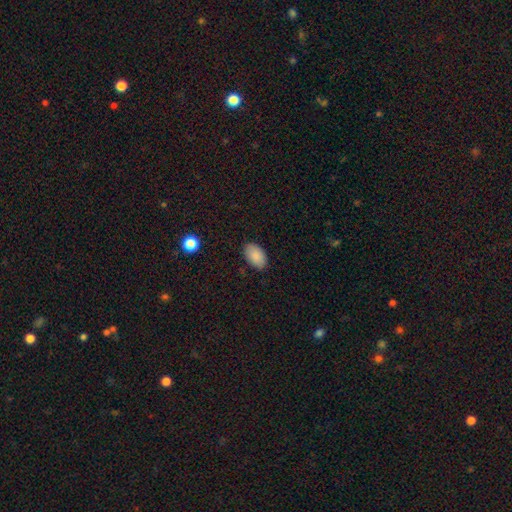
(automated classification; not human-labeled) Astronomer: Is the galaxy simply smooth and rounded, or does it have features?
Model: smooth — 89%.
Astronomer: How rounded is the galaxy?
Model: in between — 93%.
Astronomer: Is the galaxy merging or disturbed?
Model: none — 86%.